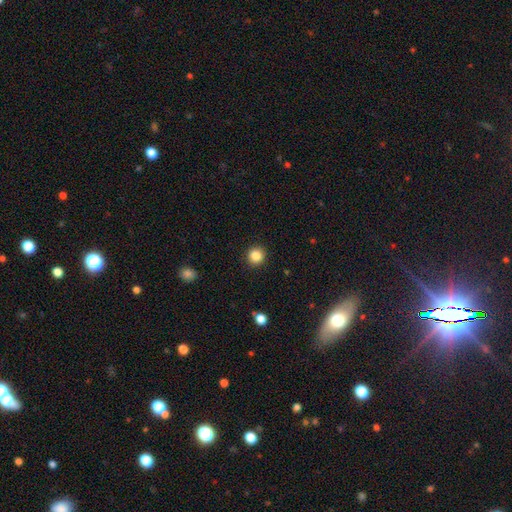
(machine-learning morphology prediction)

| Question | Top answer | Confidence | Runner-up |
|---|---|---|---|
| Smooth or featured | smooth | 86% | star or artifact (10%) |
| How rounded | round | 93% | in between (7%) |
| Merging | none | 92% | minor disturbance (5%) |